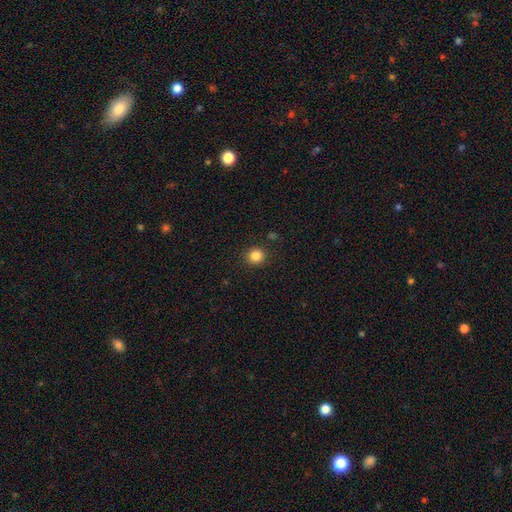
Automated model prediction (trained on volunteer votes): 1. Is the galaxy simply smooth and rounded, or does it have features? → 84% smooth, 12% star or artifact, 4% featured or disk.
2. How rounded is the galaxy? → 90% round, 9% in between, 1% cigar-shaped.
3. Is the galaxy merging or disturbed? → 90% none, 6% minor disturbance, 2% major disturbance, 2% merger.